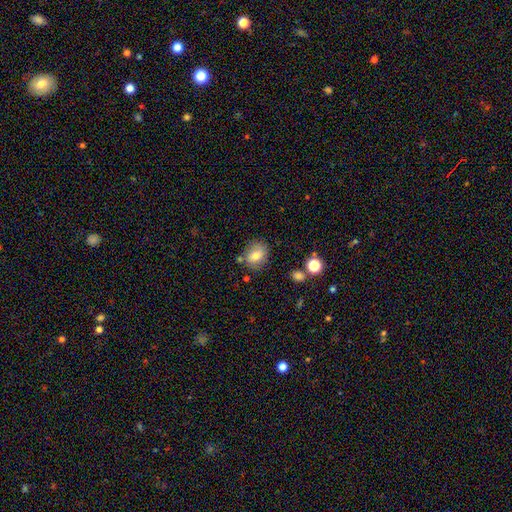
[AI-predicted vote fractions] Smooth or featured: smooth — 74% (featured or disk — 16%)
How rounded: round — 54% (in between — 45%)
Merging: none — 72% (minor disturbance — 17%)